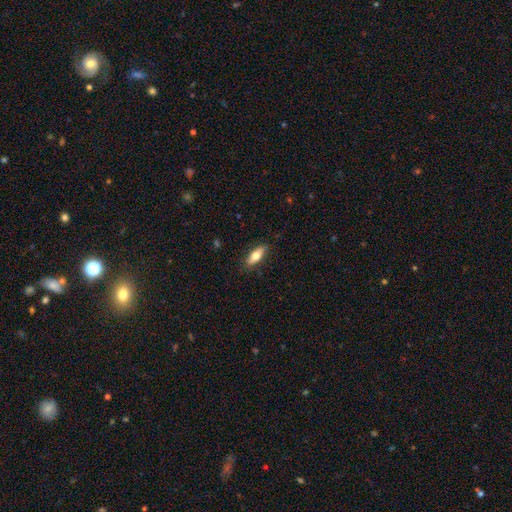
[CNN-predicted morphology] Overall: smooth (70%). How rounded: in between (70%). Merging: none (86%).